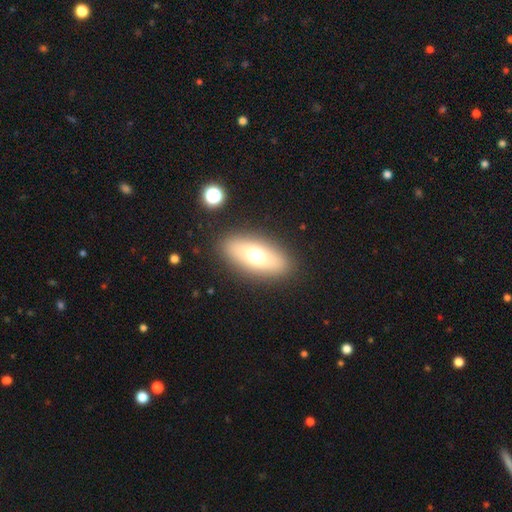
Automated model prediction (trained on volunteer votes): The model was most divided on "smooth or featured": smooth: 62%, featured or disk: 27%, star or artifact: 11%. More confident: merging — none (87%); how rounded — in between (79%).